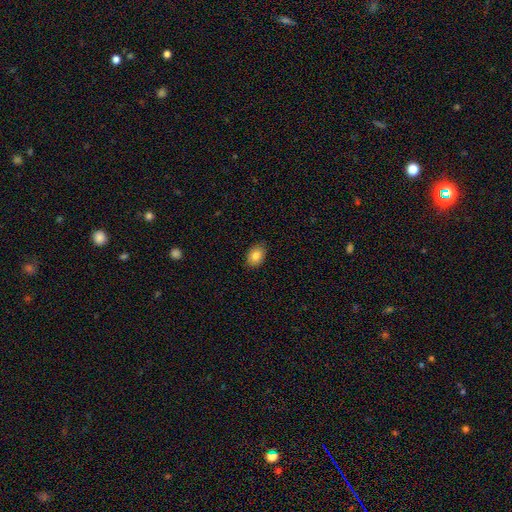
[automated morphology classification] The model was most divided on "how rounded": in between: 77%, round: 22%, cigar-shaped: 1%. More confident: merging — none (88%); smooth or featured — smooth (84%).